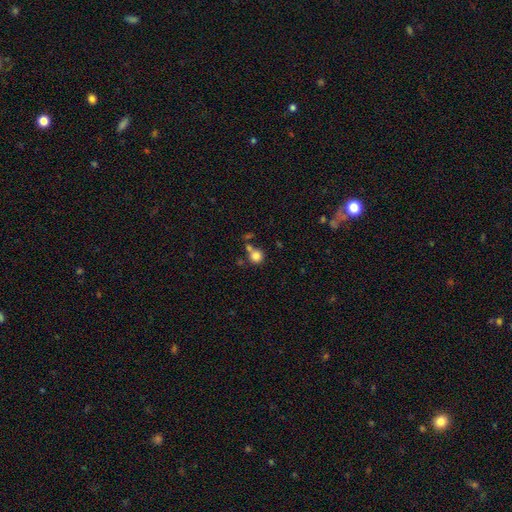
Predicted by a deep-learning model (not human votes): smooth-or-featured: smooth: 82% | star or artifact: 11% | featured or disk: 7%
  how-rounded: round: 90% | in between: 9% | cigar-shaped: 1%
  merging: none: 61% | merger: 24% | minor disturbance: 11% | major disturbance: 5%